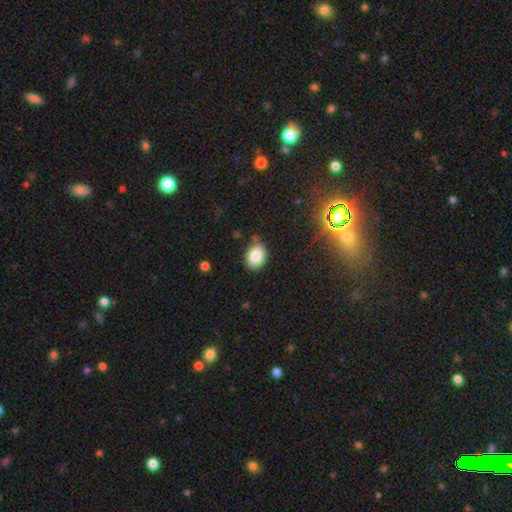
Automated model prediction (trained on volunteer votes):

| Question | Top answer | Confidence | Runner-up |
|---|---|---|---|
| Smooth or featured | smooth | 84% | star or artifact (10%) |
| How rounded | in between | 60% | round (39%) |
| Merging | none | 77% | minor disturbance (16%) |